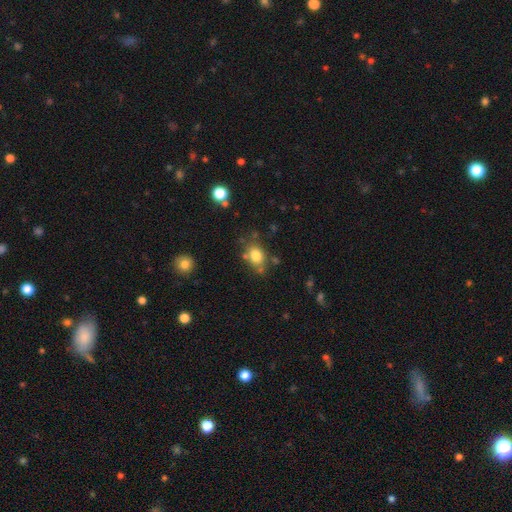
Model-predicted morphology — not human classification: Smooth or featured? Predicted: smooth (p=0.79). How rounded? Predicted: in between (p=0.66). Merging? Predicted: none (p=0.68).